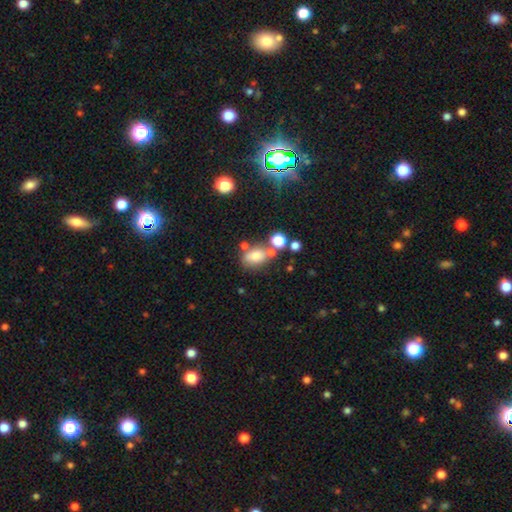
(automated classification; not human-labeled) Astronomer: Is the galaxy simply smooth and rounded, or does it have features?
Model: smooth — 70%.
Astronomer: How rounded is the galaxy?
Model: in between — 70%.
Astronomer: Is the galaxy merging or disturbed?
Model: none — 53%.